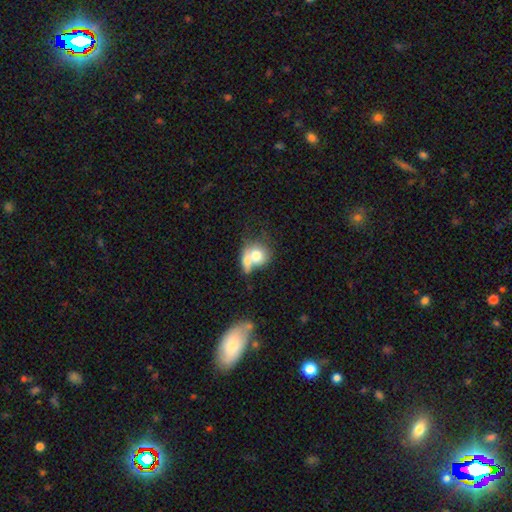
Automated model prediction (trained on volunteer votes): Smooth or featured? smooth (69%)
How rounded? round (67%)
Merging? merger (63%)